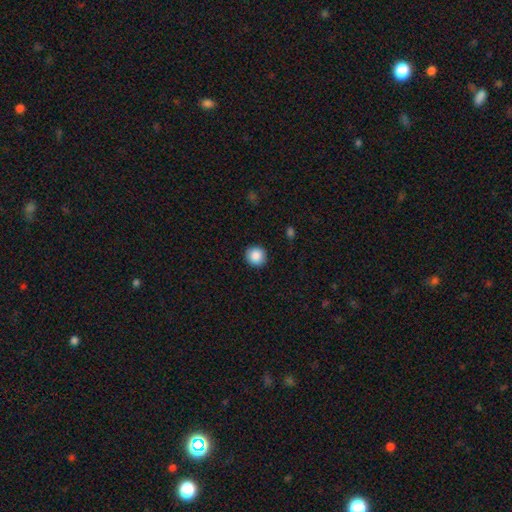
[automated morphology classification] Q: Smooth or featured?
A: smooth (89%); runner-up: star or artifact (8%)
Q: How rounded?
A: round (94%); runner-up: in between (5%)
Q: Merging?
A: none (92%); runner-up: minor disturbance (5%)